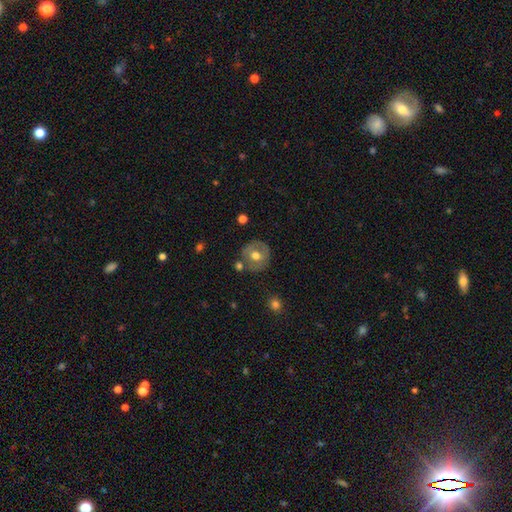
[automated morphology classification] smooth-or-featured: smooth: 53% | featured or disk: 39% | star or artifact: 8%
  how-rounded: round: 89% | in between: 10% | cigar-shaped: 1%
  merging: none: 74% | minor disturbance: 14% | merger: 8% | major disturbance: 4%